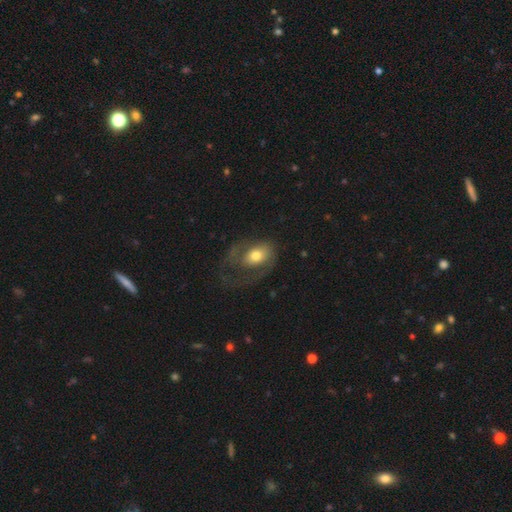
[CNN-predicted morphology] Smooth or featured? Predicted: smooth (p=0.52). How rounded? Predicted: in between (p=0.78). Merging? Predicted: major disturbance (p=0.48).